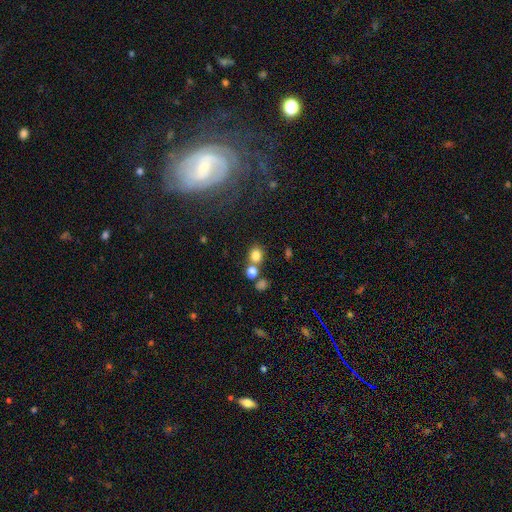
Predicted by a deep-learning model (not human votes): Smooth or featured?
  - smooth: 79% *
  - star or artifact: 14%
  - featured or disk: 8%
How rounded?
  - round: 77% *
  - in between: 22%
  - cigar-shaped: 1%
Merging?
  - none: 61% *
  - merger: 26%
  - minor disturbance: 9%
  - major disturbance: 4%